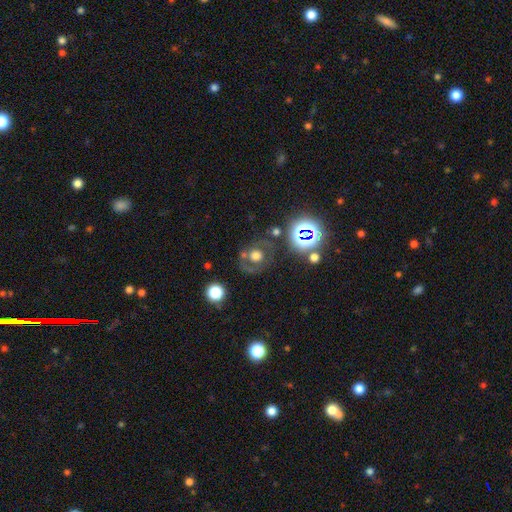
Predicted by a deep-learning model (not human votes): smooth 45%, featured or disk 37%, star or artifact 18%. Down the decision tree: merging — none (67%).